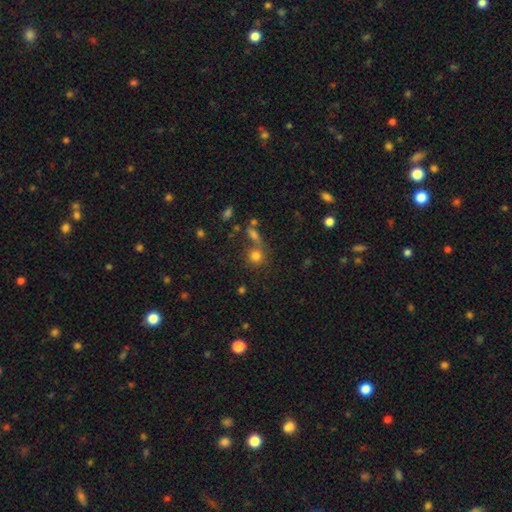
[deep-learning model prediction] Morphology: type=smooth (77%); roundness=round (85%); merging=none (57%).